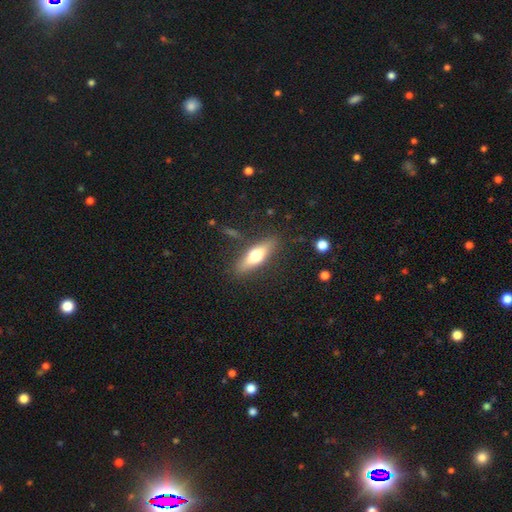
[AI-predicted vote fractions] smooth 61%, featured or disk 33%, star or artifact 6%. Down the decision tree: how rounded — cigar-shaped (50%); merging — none (82%).